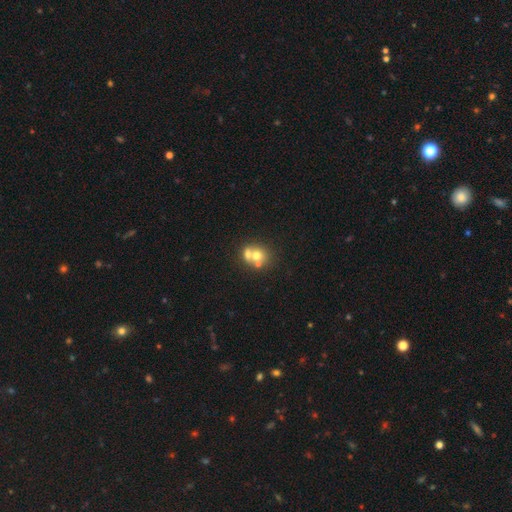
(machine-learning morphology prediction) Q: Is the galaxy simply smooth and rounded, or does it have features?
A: smooth — 61%.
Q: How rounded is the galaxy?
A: round — 73%.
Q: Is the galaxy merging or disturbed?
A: merger — 54%.